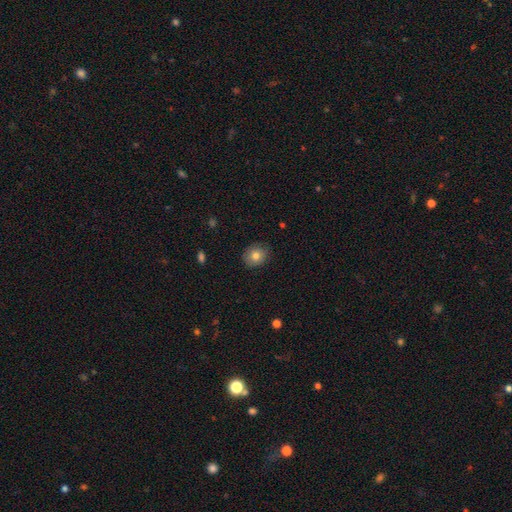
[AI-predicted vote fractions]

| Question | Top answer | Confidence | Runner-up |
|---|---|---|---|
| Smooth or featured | smooth | 78% | featured or disk (12%) |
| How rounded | round | 69% | in between (30%) |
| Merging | none | 87% | minor disturbance (10%) |